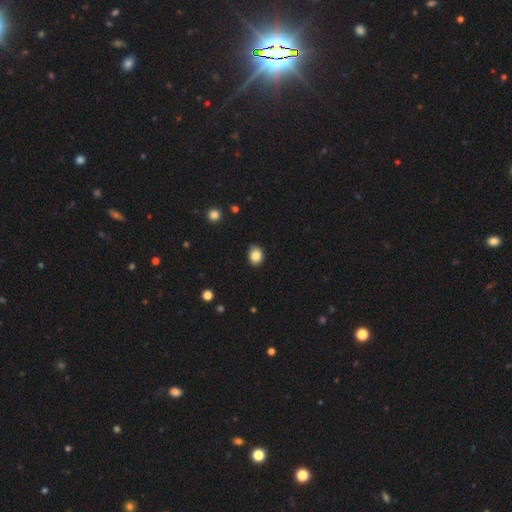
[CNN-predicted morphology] smooth_or_featured: smooth (p=0.84) [alt: star or artifact p=0.10]
how_rounded: round (p=0.59) [alt: in between p=0.40]
merging: none (p=0.83) [alt: minor disturbance p=0.14]